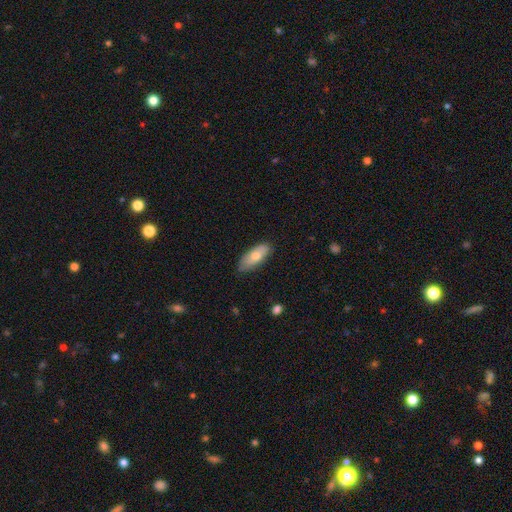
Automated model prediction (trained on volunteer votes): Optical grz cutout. It shows a smooth galaxy with no disk features (70%) that is in between round and cigar-shaped (78%). Merging: none (78%).